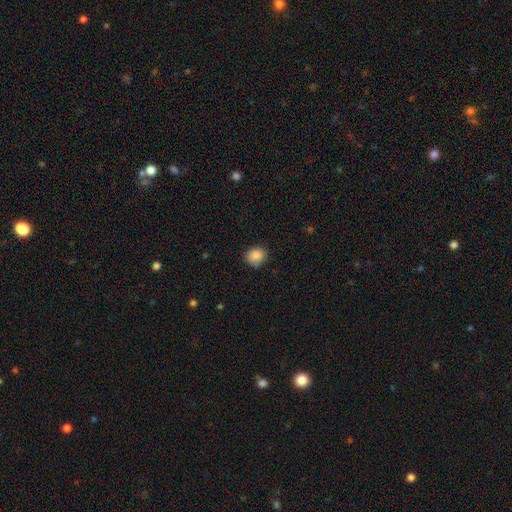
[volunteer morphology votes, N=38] This is clearly a smooth galaxy (92%). How rounded: clearly round (83%). Merging: likely none (77%).